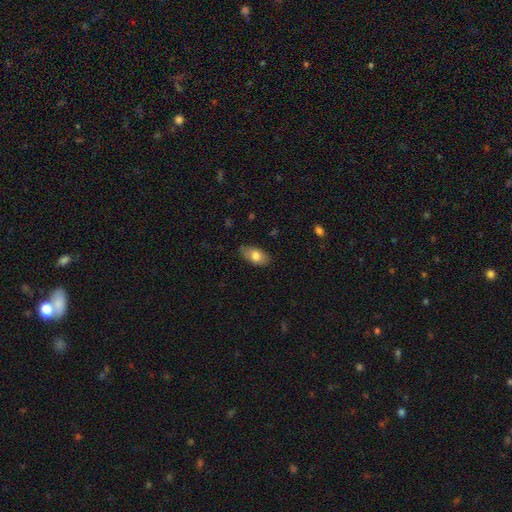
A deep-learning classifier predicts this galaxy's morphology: The model was most divided on "merging": none: 76%, minor disturbance: 20%, major disturbance: 3%, merger: 1%. More confident: how rounded — in between (91%); smooth or featured — smooth (78%).